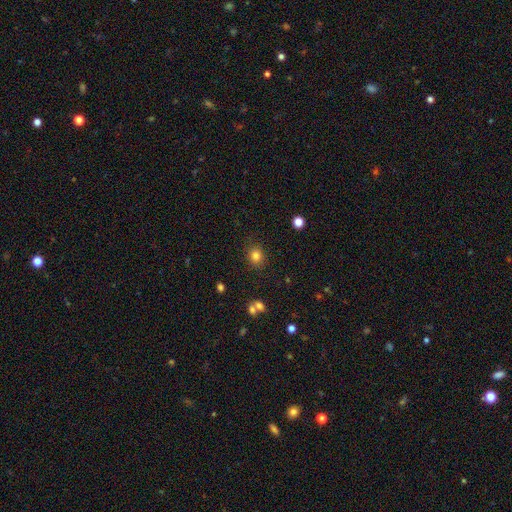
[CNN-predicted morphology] A smooth galaxy with no disk features (82%) that is round (71%). Merging: none (85%).